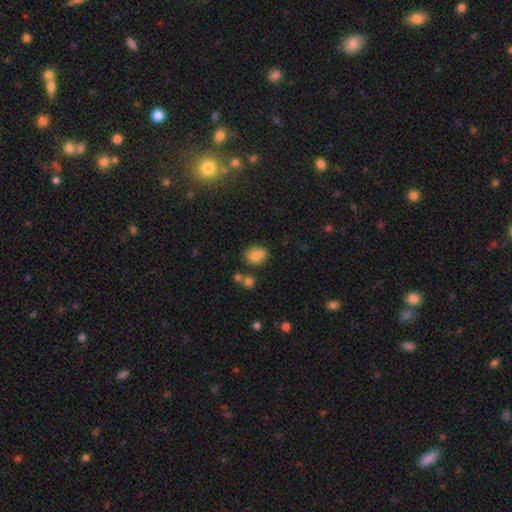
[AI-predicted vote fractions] A smooth galaxy with no disk features (76%) that is round (59%). Merging: none (60%).